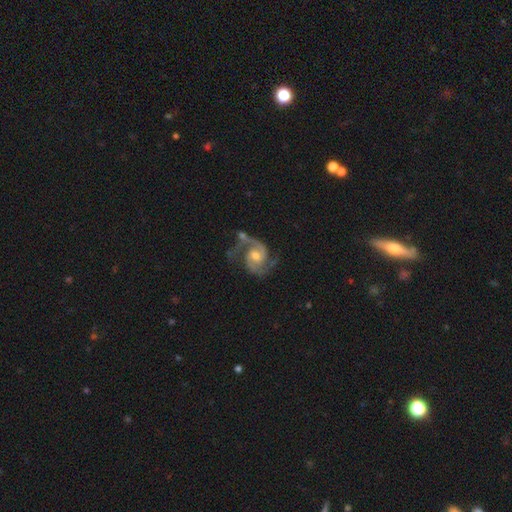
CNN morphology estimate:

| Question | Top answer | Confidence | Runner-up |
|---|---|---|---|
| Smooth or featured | featured or disk | 92% | star or artifact (4%) |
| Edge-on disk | no | 98% | yes (2%) |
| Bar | no | 48% | weak (42%) |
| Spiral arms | yes | 98% | no (2%) |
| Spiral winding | medium | 59% | tight (23%) |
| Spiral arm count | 2 | 90% | 3 (4%) |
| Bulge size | moderate | 63% | small (29%) |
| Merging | none | 61% | minor disturbance (19%) |